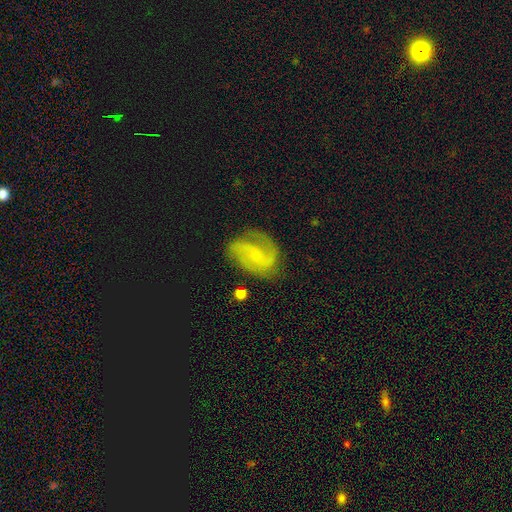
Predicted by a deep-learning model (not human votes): Smooth or featured?
  - featured or disk: 78% *
  - smooth: 15%
  - star or artifact: 7%
Edge-on disk?
  - no: 98% *
  - yes: 2%
Bar?
  - no: 50% *
  - weak: 40%
  - strong: 10%
Spiral arms?
  - yes: 94% *
  - no: 6%
Spiral winding?
  - medium: 49% *
  - loose: 28%
  - tight: 23%
Spiral arm count?
  - 2: 73% *
  - can't tell: 10%
  - 3: 7%
  - 1: 6%
  - 4: 2%
  - more than 4: 2%
Bulge size?
  - small: 73% *
  - none: 14%
  - moderate: 12%
  - large: 1%
  - dominant: 1%
Merging?
  - none: 68% *
  - minor disturbance: 20%
  - major disturbance: 10%
  - merger: 2%